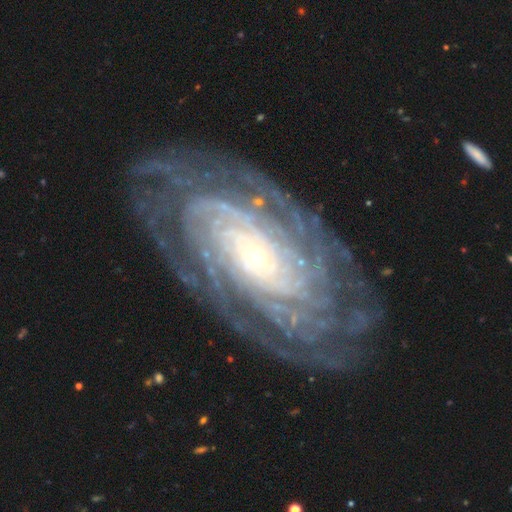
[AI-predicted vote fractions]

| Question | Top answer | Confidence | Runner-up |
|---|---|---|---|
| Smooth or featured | featured or disk | 90% | star or artifact (5%) |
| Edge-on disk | no | 95% | yes (5%) |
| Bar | no | 74% | weak (17%) |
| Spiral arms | yes | 98% | no (2%) |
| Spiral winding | tight | 83% | medium (14%) |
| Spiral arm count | more than 4 | 30% | can't tell (25%) |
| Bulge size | small | 80% | moderate (14%) |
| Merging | none | 79% | minor disturbance (14%) |